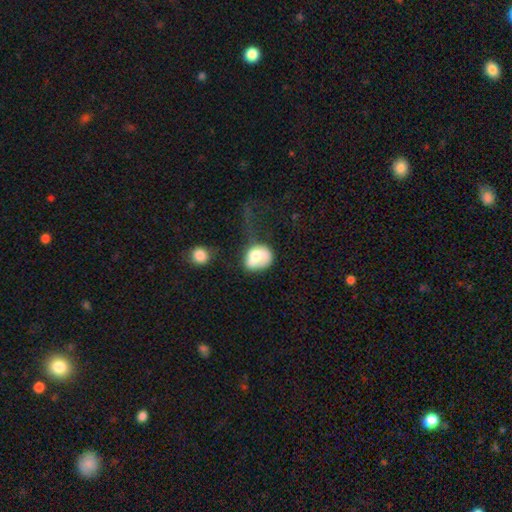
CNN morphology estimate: Smooth or featured: smooth — 62% (featured or disk — 29%)
How rounded: round — 55% (in between — 44%)
Merging: major disturbance — 35% (none — 24%)